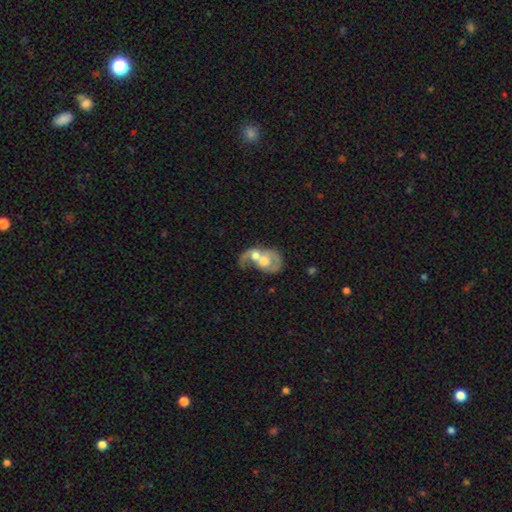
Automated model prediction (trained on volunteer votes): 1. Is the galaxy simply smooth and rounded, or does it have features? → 57% featured or disk, 36% smooth, 6% star or artifact.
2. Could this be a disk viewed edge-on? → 97% no, 3% yes.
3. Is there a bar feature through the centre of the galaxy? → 80% no, 17% weak, 3% strong.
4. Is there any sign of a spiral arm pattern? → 55% yes, 45% no.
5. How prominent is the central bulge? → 53% moderate, 27% large, 11% small, 6% none, 3% dominant.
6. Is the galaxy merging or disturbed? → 79% merger, 10% major disturbance, 7% none, 4% minor disturbance.